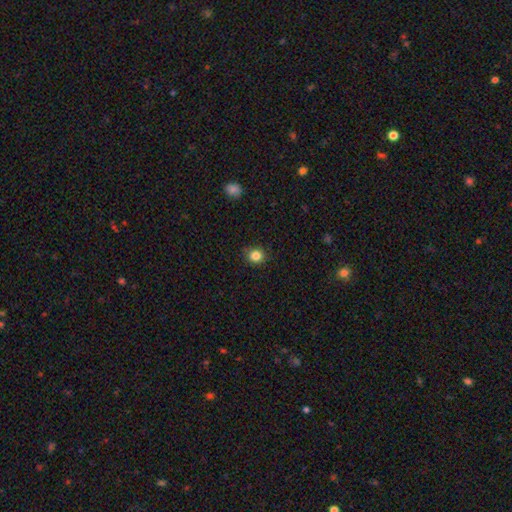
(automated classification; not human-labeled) A smooth galaxy with no disk features (84%) that is round (77%).

Vote fractions:
- Smooth or featured? smooth: 84% / star or artifact: 11% / featured or disk: 5%
- How rounded? round: 77% / in between: 22% / cigar-shaped: 1%
- Merging? none: 88% / minor disturbance: 8% / major disturbance: 2% / merger: 1%